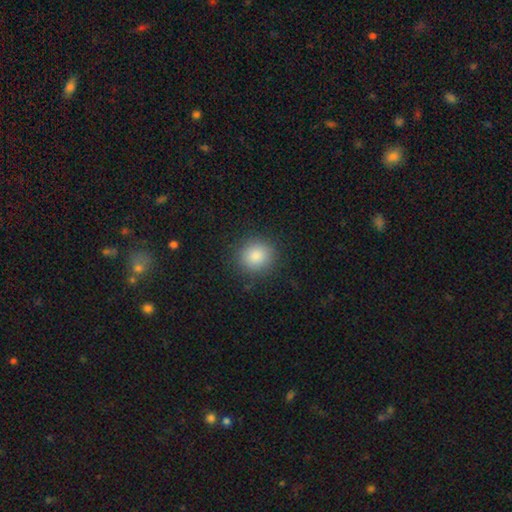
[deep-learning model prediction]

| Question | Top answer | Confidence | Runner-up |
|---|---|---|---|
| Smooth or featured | smooth | 86% | star or artifact (10%) |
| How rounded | round | 87% | in between (12%) |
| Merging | none | 89% | minor disturbance (8%) |